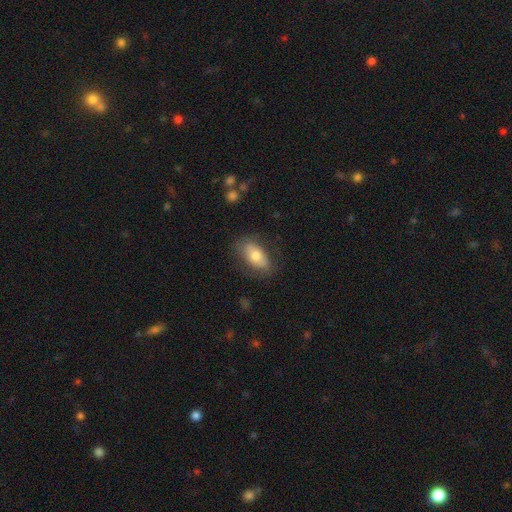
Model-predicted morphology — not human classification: Smooth or featured: smooth — 69% (featured or disk — 25%)
How rounded: in between — 90% (round — 5%)
Merging: none — 75% (minor disturbance — 17%)